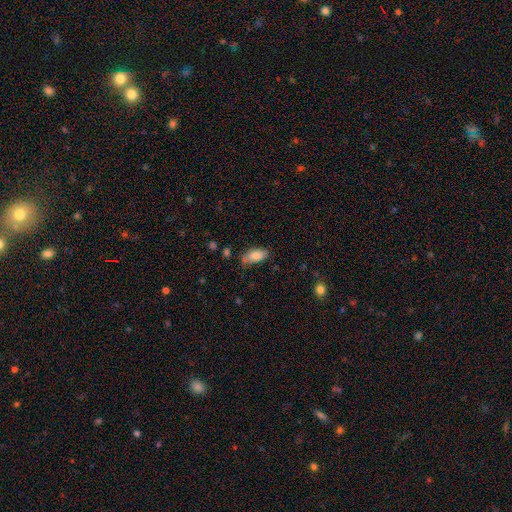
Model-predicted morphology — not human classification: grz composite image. It shows a smooth galaxy with no disk features (85%) that is in between round and cigar-shaped (89%). Merging: none (67%).